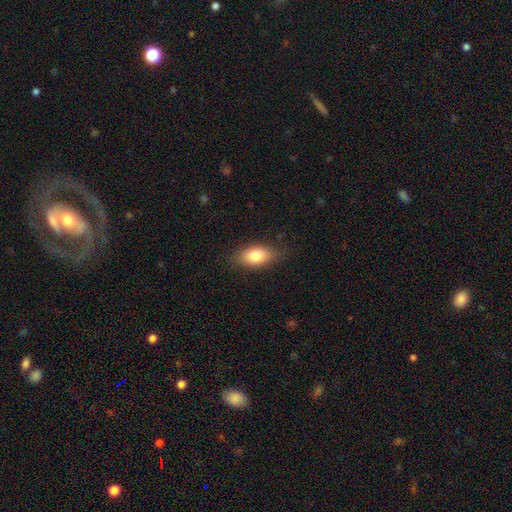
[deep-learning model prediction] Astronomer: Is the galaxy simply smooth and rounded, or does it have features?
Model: smooth — 80%.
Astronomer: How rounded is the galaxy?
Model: in between — 89%.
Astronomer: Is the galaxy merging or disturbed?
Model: none — 83%.